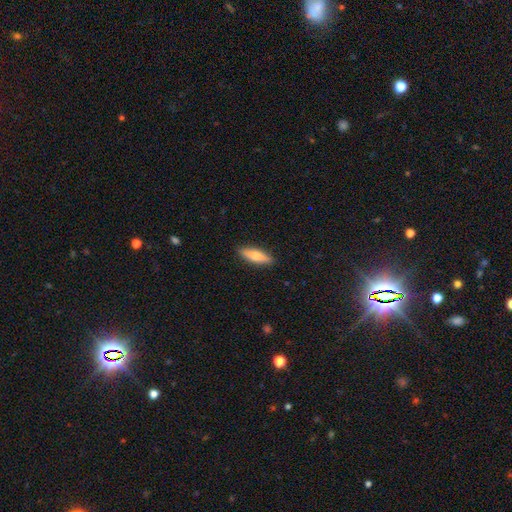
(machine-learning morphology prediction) type=smooth (72%); roundness=cigar-shaped (54%); merging=none (89%).